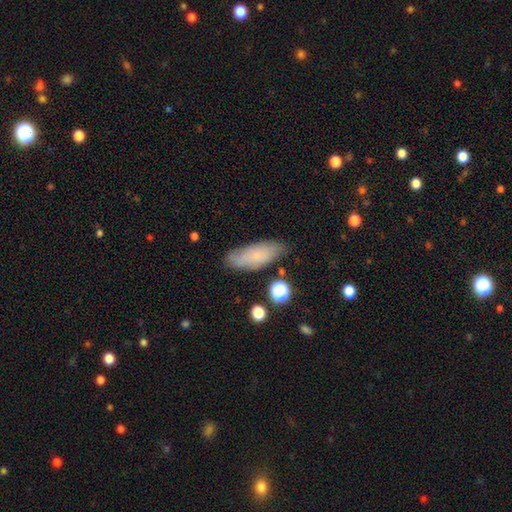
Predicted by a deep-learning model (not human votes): smooth 72%, featured or disk 20%, star or artifact 8%. Down the decision tree: how rounded — in between (69%); merging — none (76%).